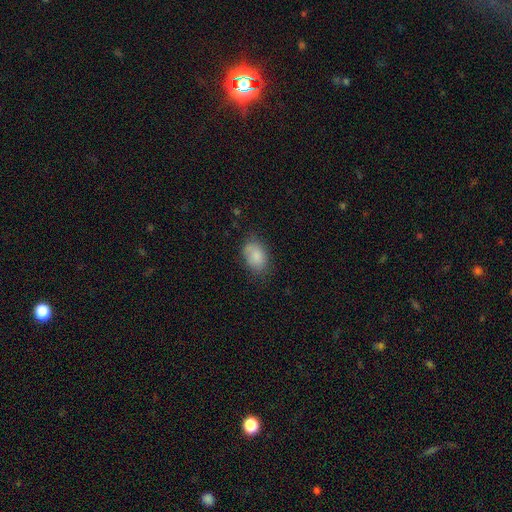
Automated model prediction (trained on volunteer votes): Q: Smooth or featured?
A: smooth (84%); runner-up: featured or disk (9%)
Q: How rounded?
A: in between (86%); runner-up: round (12%)
Q: Merging?
A: none (69%); runner-up: minor disturbance (23%)